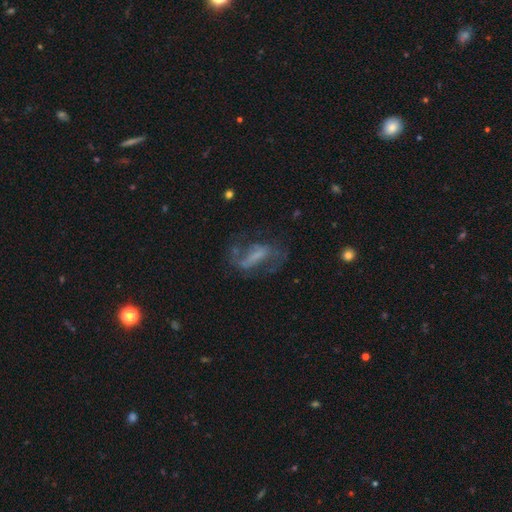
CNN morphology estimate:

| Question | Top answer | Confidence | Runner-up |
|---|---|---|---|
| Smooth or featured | featured or disk | 65% | smooth (23%) |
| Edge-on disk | no | 92% | yes (8%) |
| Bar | strong | 46% | weak (33%) |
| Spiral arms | yes | 73% | no (27%) |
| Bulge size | none | 46% | small (27%) |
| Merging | none | 49% | major disturbance (28%) |